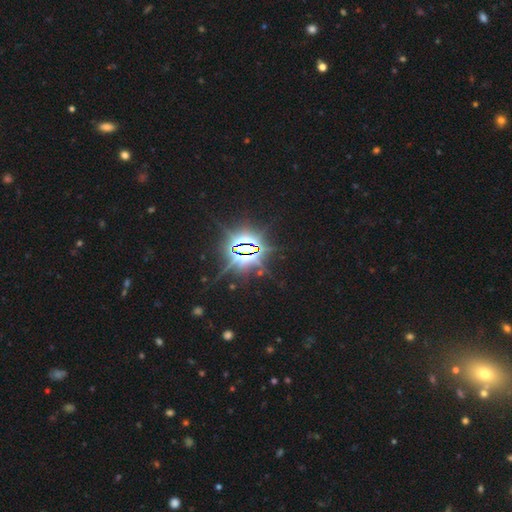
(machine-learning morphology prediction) Smooth or featured?
  - star or artifact: 85% *
  - featured or disk: 9%
  - smooth: 6%